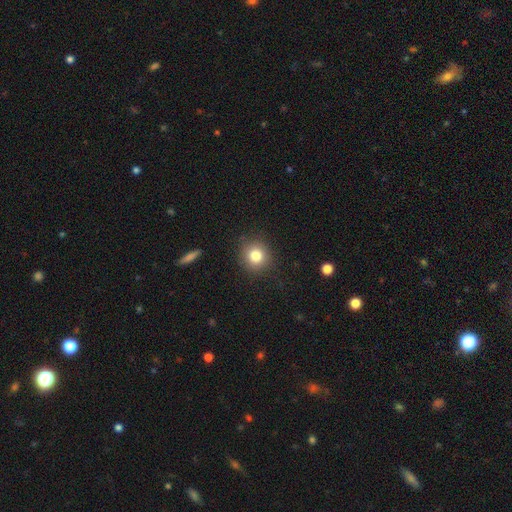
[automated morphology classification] A smooth galaxy with no disk features (81%) that is round (90%). Merging: none (88%).